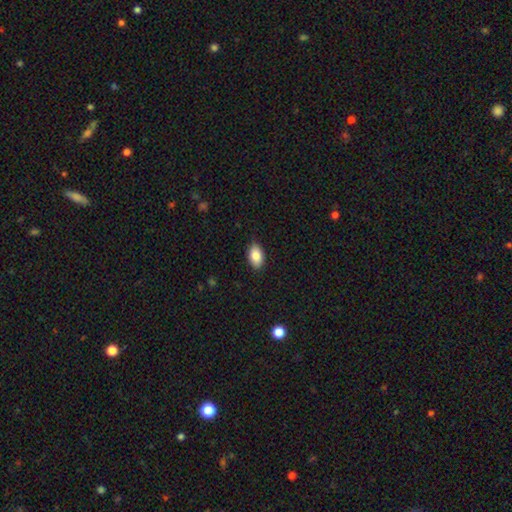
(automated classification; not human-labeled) smooth_or_featured: smooth (p=0.86) [alt: star or artifact p=0.07]
how_rounded: in between (p=0.92) [alt: round p=0.06]
merging: none (p=0.87) [alt: minor disturbance p=0.10]